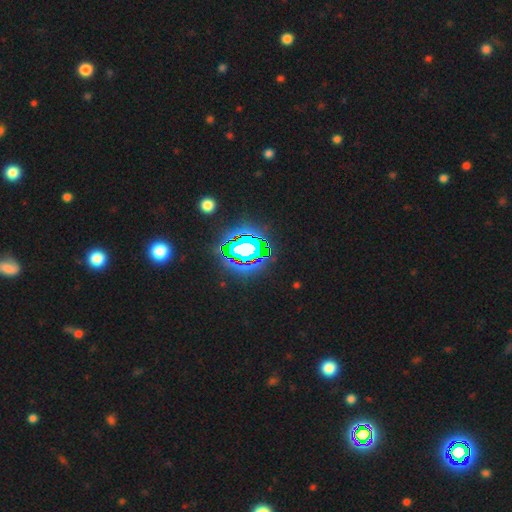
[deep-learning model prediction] Smooth or featured? star or artifact (83%)